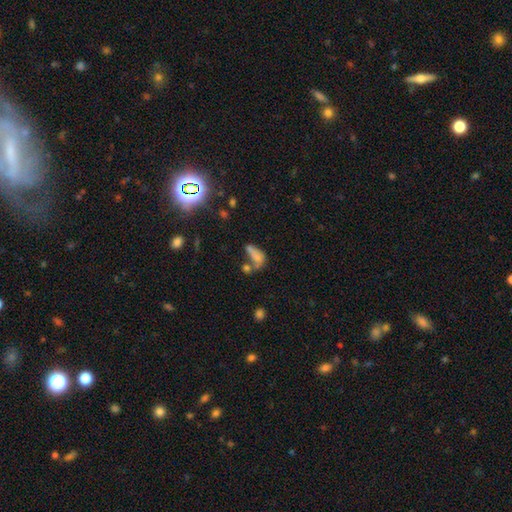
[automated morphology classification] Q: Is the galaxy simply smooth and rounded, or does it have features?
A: smooth — 64%.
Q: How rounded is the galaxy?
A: in between — 74%.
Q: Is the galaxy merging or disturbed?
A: merger — 40%.